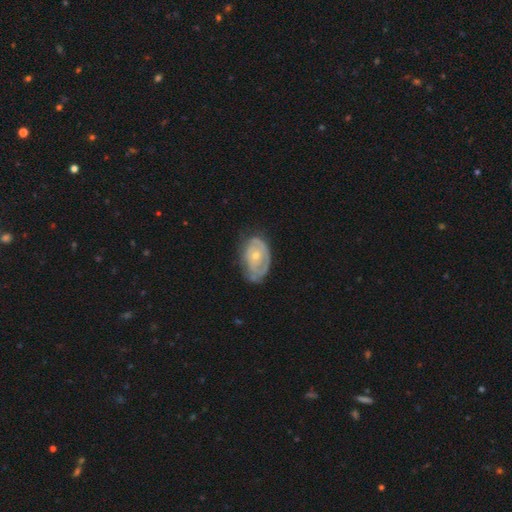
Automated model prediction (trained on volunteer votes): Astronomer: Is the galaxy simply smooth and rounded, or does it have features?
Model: featured or disk — 63%.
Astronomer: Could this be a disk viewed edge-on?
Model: no — 95%.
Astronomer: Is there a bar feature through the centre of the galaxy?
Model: no — 84%.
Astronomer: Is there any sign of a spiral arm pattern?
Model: yes — 56% (runner-up: no, 44%).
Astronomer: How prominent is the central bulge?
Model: small — 58% (runner-up: moderate, 38%).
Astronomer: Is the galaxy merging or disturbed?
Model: none — 52% (runner-up: minor disturbance, 32%).